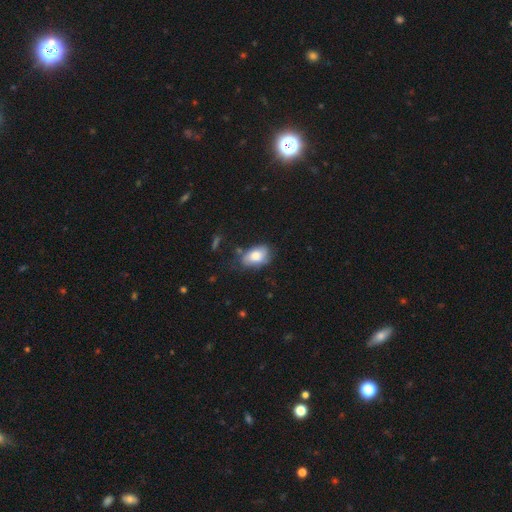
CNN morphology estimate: This appears to be a smooth galaxy with no disk features (78%) that is in between round and cigar-shaped (89%). Merging: none (61%).